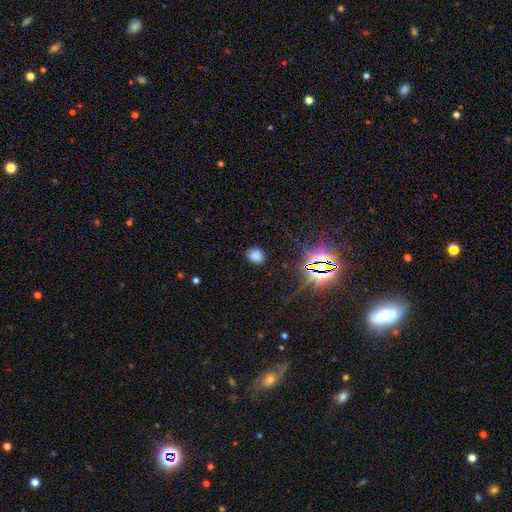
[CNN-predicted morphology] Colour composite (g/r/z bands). It shows a smooth galaxy with no disk features (72%) that is in between round and cigar-shaped (52%). Merging: none (82%).